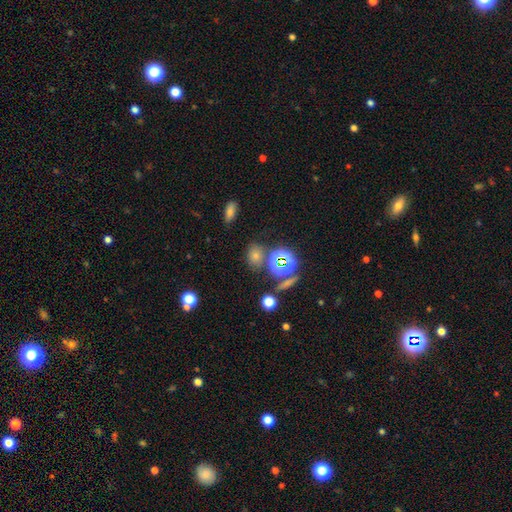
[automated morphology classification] Smooth or featured?
  - smooth: 61% *
  - star or artifact: 29%
  - featured or disk: 10%
How rounded?
  - in between: 54% *
  - round: 43%
  - cigar-shaped: 2%
Merging?
  - none: 74% *
  - minor disturbance: 12%
  - merger: 9%
  - major disturbance: 5%